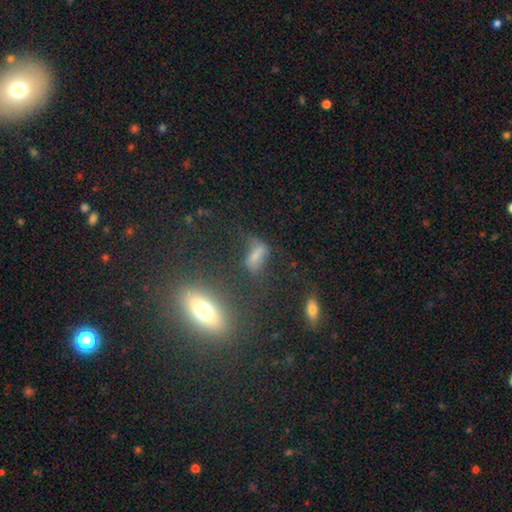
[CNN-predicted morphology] This appears to be a smooth galaxy with no disk features (53%) that is in between round and cigar-shaped (63%). Merging: none (47%).